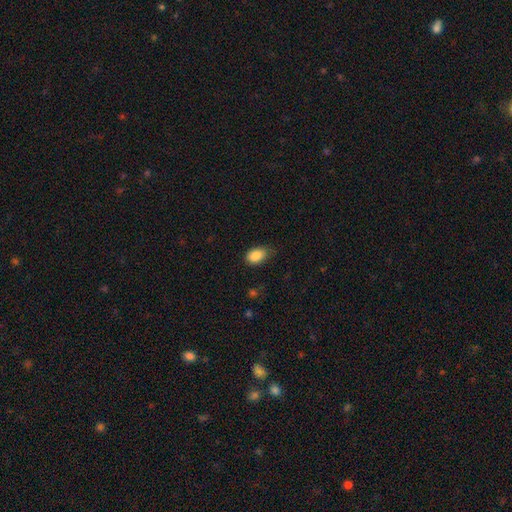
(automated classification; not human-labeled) smooth 87%, star or artifact 8%, featured or disk 5%. Down the decision tree: how rounded — in between (88%); merging — none (69%).